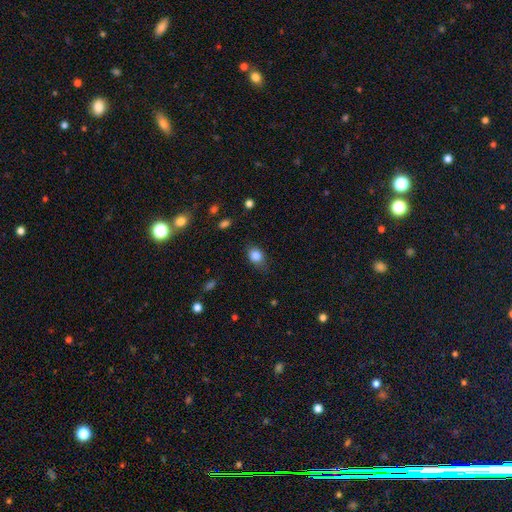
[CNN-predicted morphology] smooth-or-featured: smooth: 84% | star or artifact: 9% | featured or disk: 6%
  how-rounded: in between: 62% | round: 37% | cigar-shaped: 2%
  merging: none: 69% | minor disturbance: 23% | major disturbance: 6% | merger: 1%